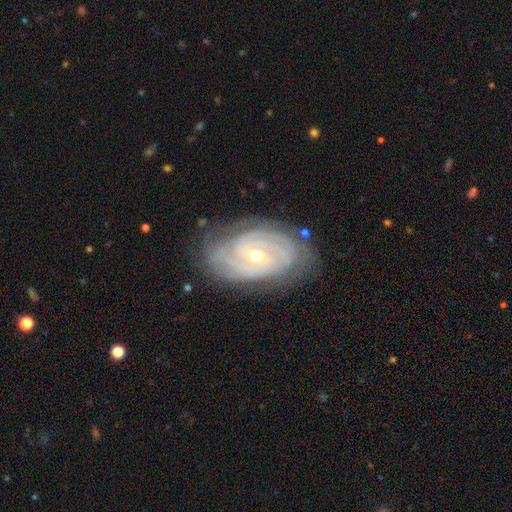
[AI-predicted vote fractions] Smooth or featured? Predicted: featured or disk (p=0.89). Edge-on disk? Predicted: no (p=0.96). Bar? Predicted: weak (p=0.44). Spiral arms? Predicted: yes (p=0.98). Spiral winding? Predicted: tight (p=0.80). Spiral arm count? Predicted: 3 (p=0.25). Bulge size? Predicted: small (p=0.56). Merging? Predicted: none (p=0.77).